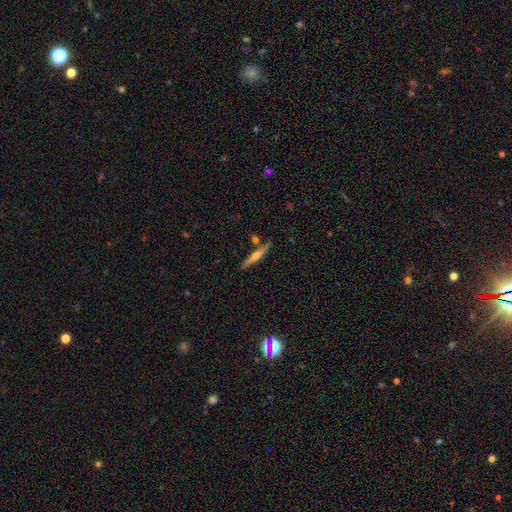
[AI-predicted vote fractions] Overall: featured or disk (69%). Edge-on disk: yes (97%). Edge-on bulge: rounded (90%). Merging: none (84%).